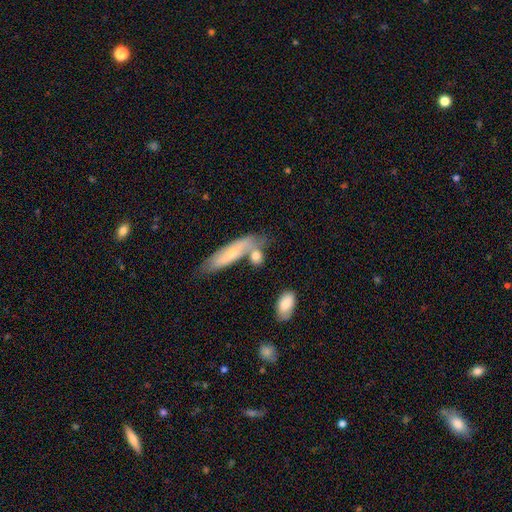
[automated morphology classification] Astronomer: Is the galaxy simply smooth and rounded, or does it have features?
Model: smooth — 71%.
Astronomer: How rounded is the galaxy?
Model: in between — 42% (runner-up: cigar-shaped, 29%).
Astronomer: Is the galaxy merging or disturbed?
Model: none — 44% (runner-up: merger, 34%).